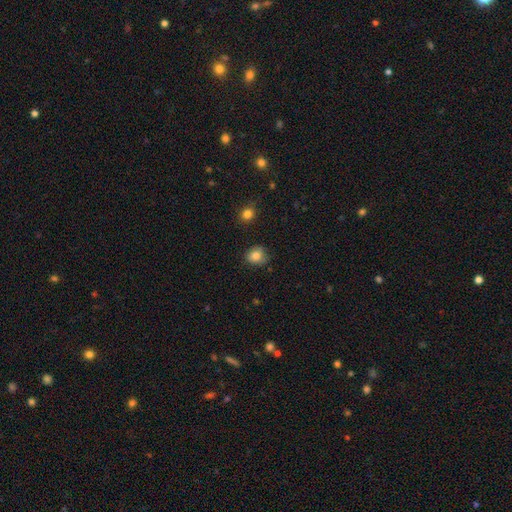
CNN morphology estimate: Smooth or featured? smooth (84%)
How rounded? round (73%)
Merging? none (78%)